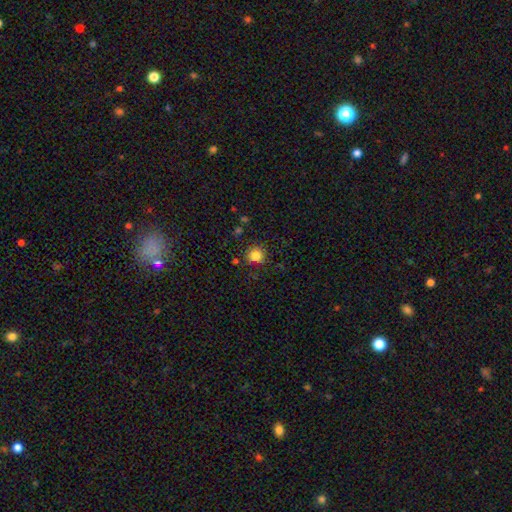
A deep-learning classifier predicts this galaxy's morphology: A smooth galaxy with no disk features (82%) that is round (92%).

Vote fractions:
- Smooth or featured? smooth: 82% / star or artifact: 12% / featured or disk: 5%
- How rounded? round: 92% / in between: 7% / cigar-shaped: 1%
- Merging? none: 86% / minor disturbance: 9% / merger: 3% / major disturbance: 2%